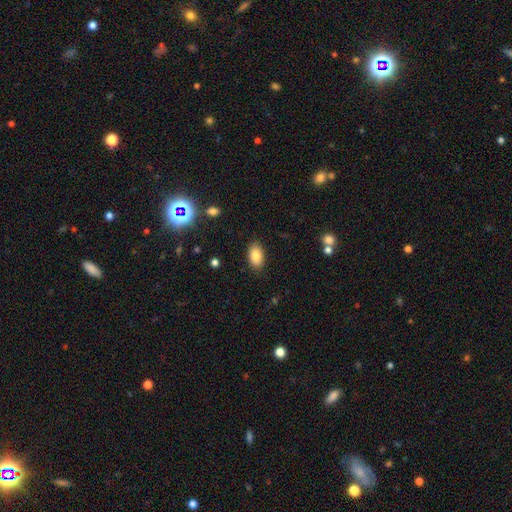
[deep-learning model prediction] Q: Smooth or featured?
A: smooth (85%); runner-up: star or artifact (9%)
Q: How rounded?
A: in between (93%); runner-up: round (5%)
Q: Merging?
A: none (87%); runner-up: minor disturbance (9%)